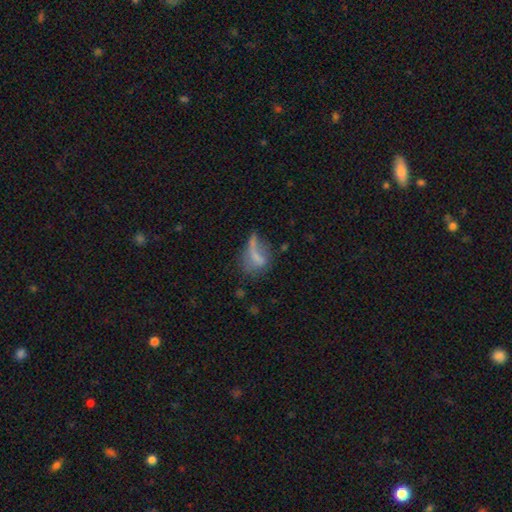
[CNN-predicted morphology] smooth-or-featured: smooth: 52% | featured or disk: 35% | star or artifact: 14%
  how-rounded: in between: 61% | cigar-shaped: 19% | round: 19%
  merging: major disturbance: 36% | none: 29% | minor disturbance: 23% | merger: 11%